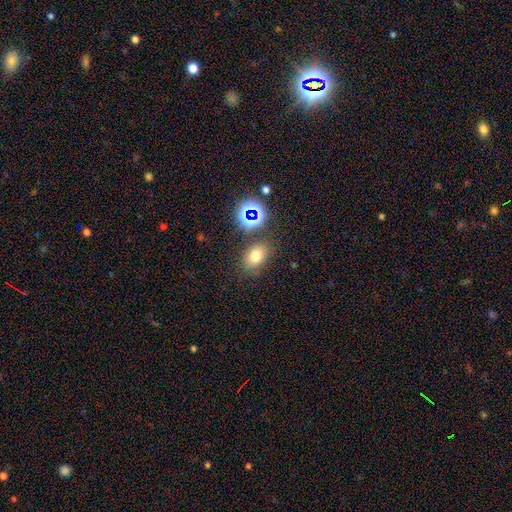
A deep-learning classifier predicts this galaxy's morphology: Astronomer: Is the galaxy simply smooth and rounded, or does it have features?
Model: smooth — 70%.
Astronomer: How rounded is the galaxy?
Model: in between — 72%.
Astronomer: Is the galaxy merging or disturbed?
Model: none — 76%.